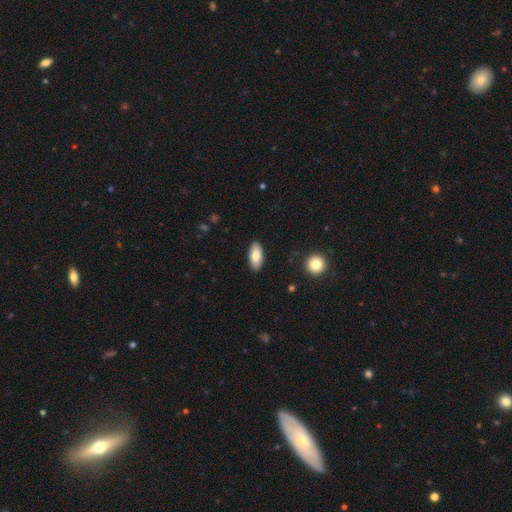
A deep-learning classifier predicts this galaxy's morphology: A smooth galaxy with no disk features (82%) that is in between round and cigar-shaped (90%). Merging: none (89%).